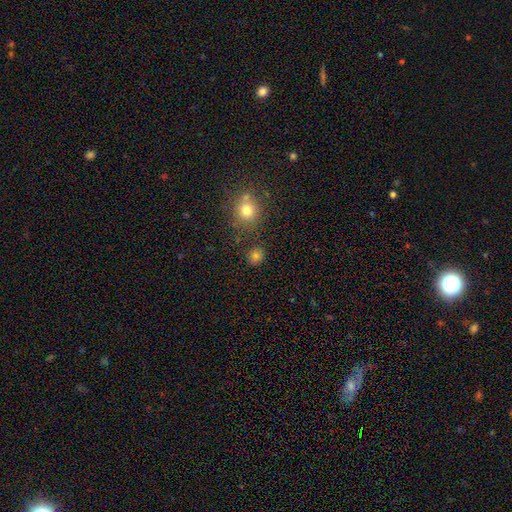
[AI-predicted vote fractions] A smooth galaxy with no disk features (77%) that is round (82%).

Vote fractions:
- Smooth or featured? smooth: 77% / star or artifact: 16% / featured or disk: 6%
- How rounded? round: 82% / in between: 17% / cigar-shaped: 1%
- Merging? none: 81% / minor disturbance: 9% / merger: 6% / major disturbance: 3%